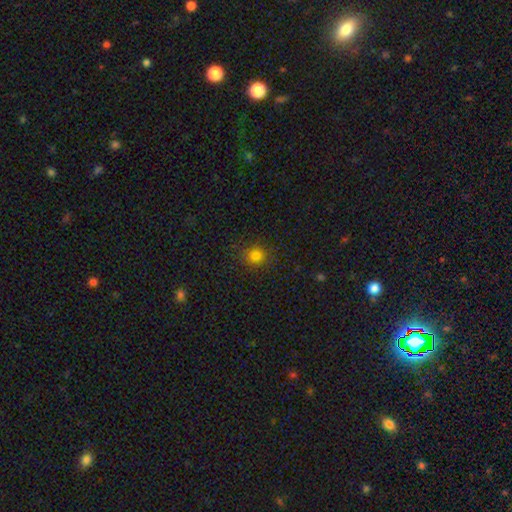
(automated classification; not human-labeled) smooth-or-featured: smooth: 80% | star or artifact: 15% | featured or disk: 5%
  how-rounded: round: 89% | in between: 10% | cigar-shaped: 1%
  merging: none: 89% | minor disturbance: 7% | major disturbance: 3% | merger: 1%